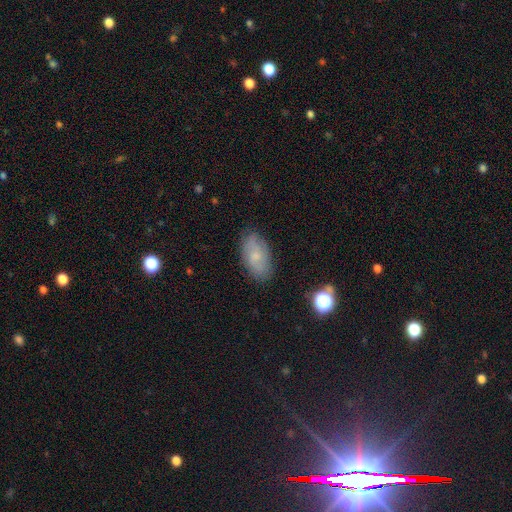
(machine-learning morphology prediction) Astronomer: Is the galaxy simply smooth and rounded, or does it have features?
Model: smooth — 67%.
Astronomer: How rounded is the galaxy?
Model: in between — 92%.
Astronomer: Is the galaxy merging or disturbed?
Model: none — 82%.